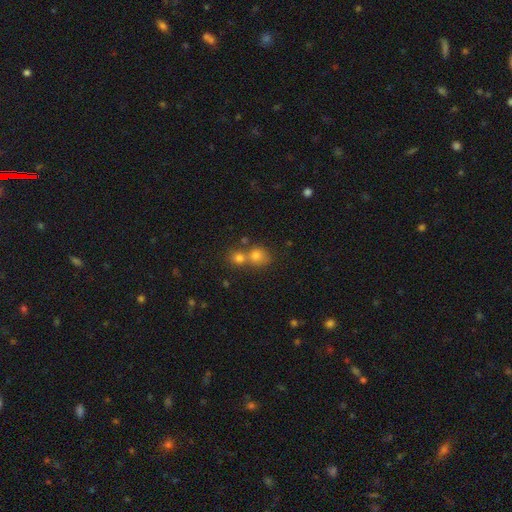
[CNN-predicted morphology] Q: Smooth or featured?
A: smooth (70%); runner-up: star or artifact (19%)
Q: How rounded?
A: round (79%); runner-up: in between (20%)
Q: Merging?
A: merger (45%); tied with: none (45%)